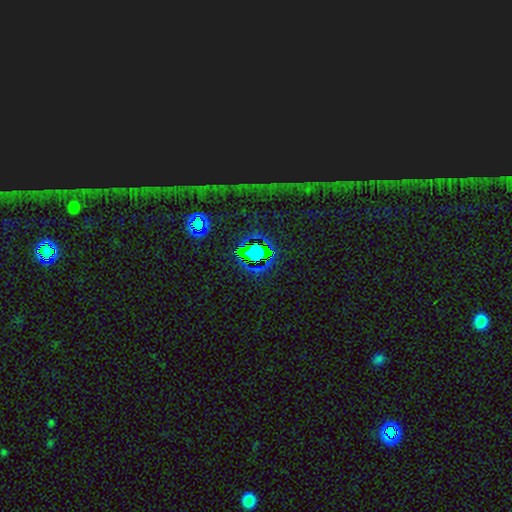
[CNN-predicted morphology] A star or artifact, not a galaxy (76%).

Vote fractions:
- Smooth or featured? star or artifact: 76% / smooth: 14% / featured or disk: 10%